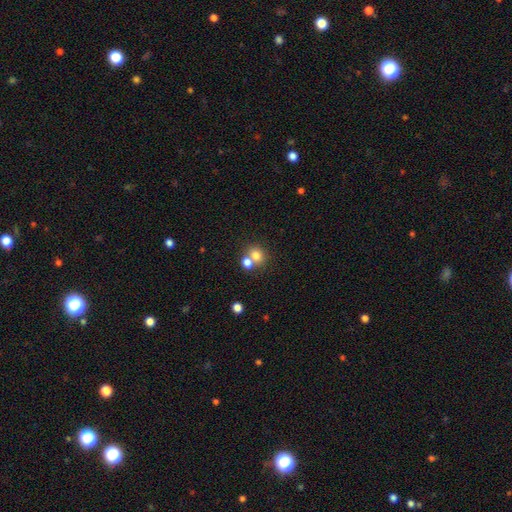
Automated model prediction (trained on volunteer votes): smooth-or-featured: smooth: 77% | star or artifact: 12% | featured or disk: 11%
  how-rounded: round: 66% | in between: 33% | cigar-shaped: 1%
  merging: merger: 47% | none: 43% | minor disturbance: 7% | major disturbance: 3%